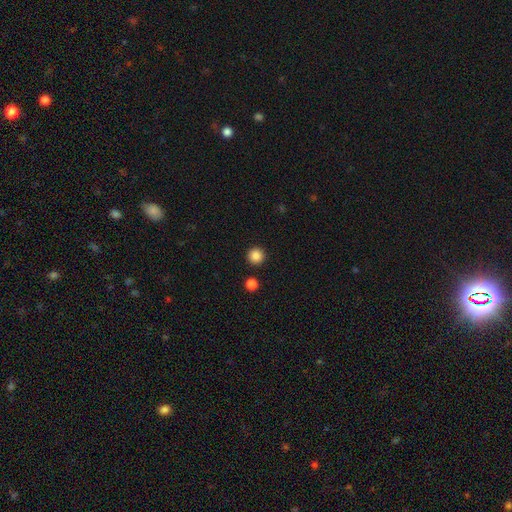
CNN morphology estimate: This is clearly a smooth galaxy (86%). How rounded: clearly round (96%). Merging: clearly none (93%).